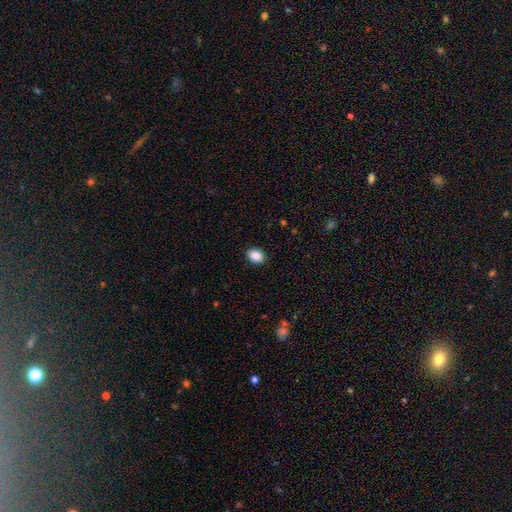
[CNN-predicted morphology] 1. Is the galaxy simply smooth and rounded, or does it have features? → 88% smooth, 8% star or artifact, 4% featured or disk.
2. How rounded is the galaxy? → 63% in between, 37% round, 1% cigar-shaped.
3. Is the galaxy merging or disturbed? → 90% none, 7% minor disturbance, 2% major disturbance, 1% merger.